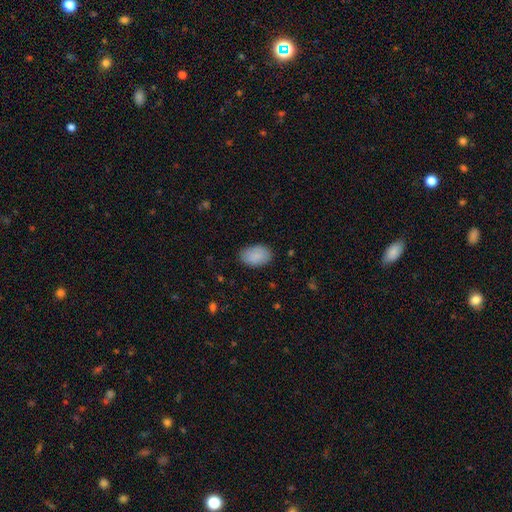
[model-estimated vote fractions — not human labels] Smooth or featured: smooth — 88% (star or artifact — 6%)
How rounded: in between — 91% (round — 8%)
Merging: none — 84% (minor disturbance — 12%)